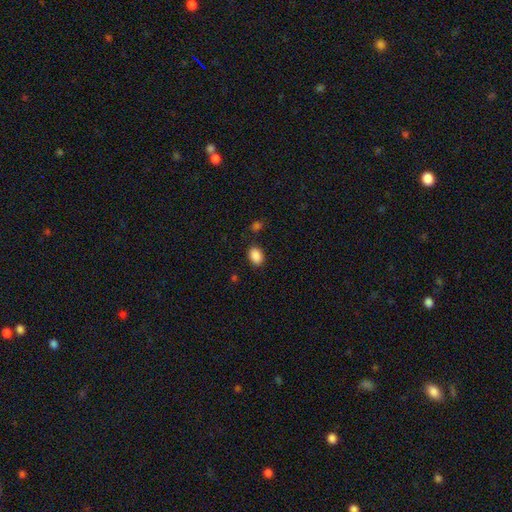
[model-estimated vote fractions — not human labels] A smooth galaxy with no disk features (89%) that is in between round and cigar-shaped (75%).

Vote fractions:
- Smooth or featured? smooth: 89% / star or artifact: 8% / featured or disk: 3%
- How rounded? in between: 75% / round: 24% / cigar-shaped: 1%
- Merging? none: 84% / minor disturbance: 11% / major disturbance: 3% / merger: 3%